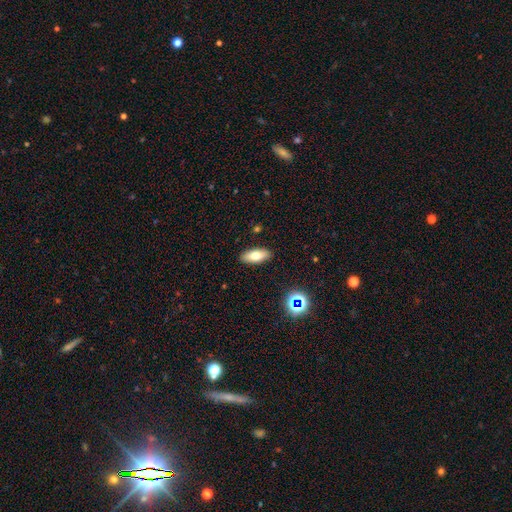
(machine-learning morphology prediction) smooth-or-featured: smooth: 73% | featured or disk: 18% | star or artifact: 9%
  how-rounded: in between: 79% | cigar-shaped: 18% | round: 3%
  merging: none: 89% | minor disturbance: 8% | major disturbance: 2% | merger: 1%